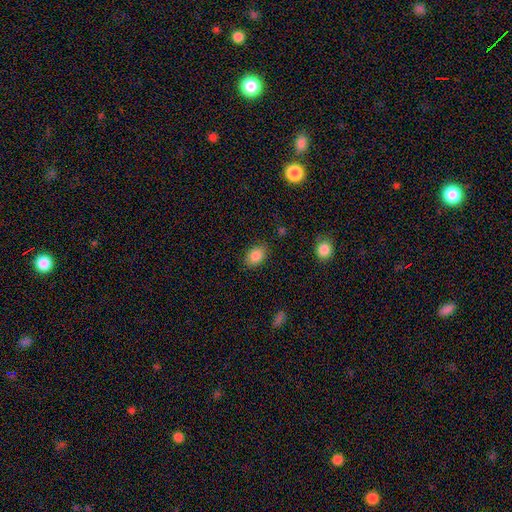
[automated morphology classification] smooth-or-featured: smooth: 86% | star or artifact: 9% | featured or disk: 5%
  how-rounded: in between: 80% | round: 19% | cigar-shaped: 1%
  merging: none: 83% | minor disturbance: 12% | major disturbance: 3% | merger: 2%